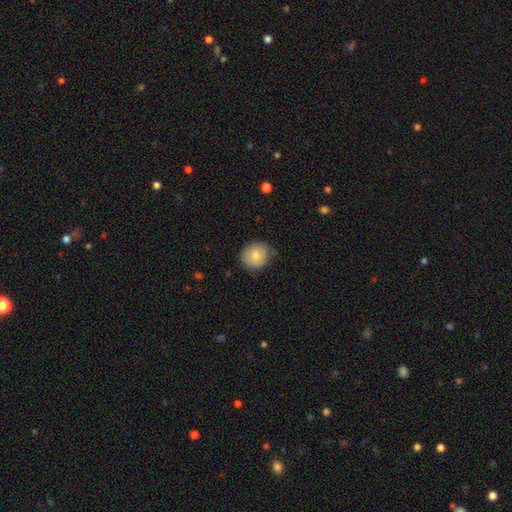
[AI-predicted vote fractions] Smooth or featured? smooth (74%)
How rounded? round (80%)
Merging? none (69%)